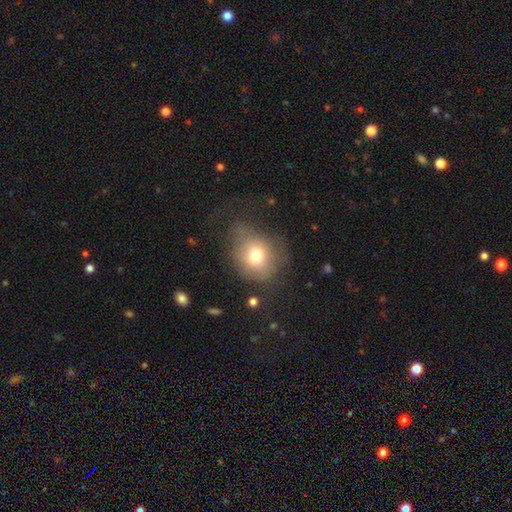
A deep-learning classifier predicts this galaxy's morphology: This appears to be a smooth galaxy with no disk features (71%) that is round (65%). Merging: none (47%).